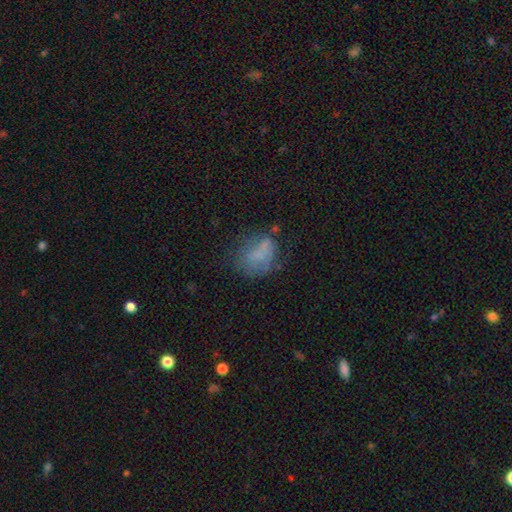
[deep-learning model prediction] A smooth galaxy with no disk features (59%) that is in between round and cigar-shaped (62%). Merging: none (47%).